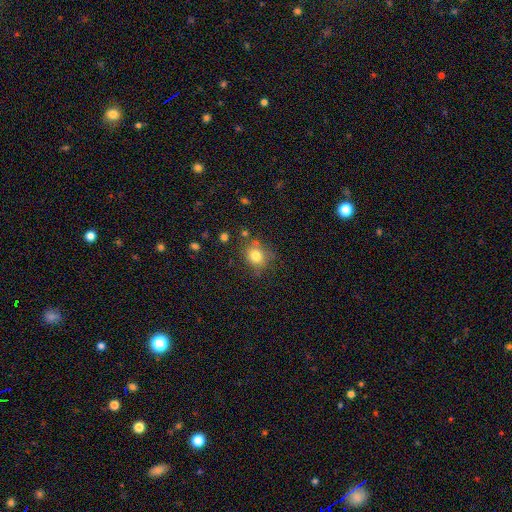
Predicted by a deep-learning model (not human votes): Q: Smooth or featured?
A: smooth (78%); runner-up: star or artifact (12%)
Q: How rounded?
A: round (70%); runner-up: in between (29%)
Q: Merging?
A: none (70%); runner-up: minor disturbance (19%)